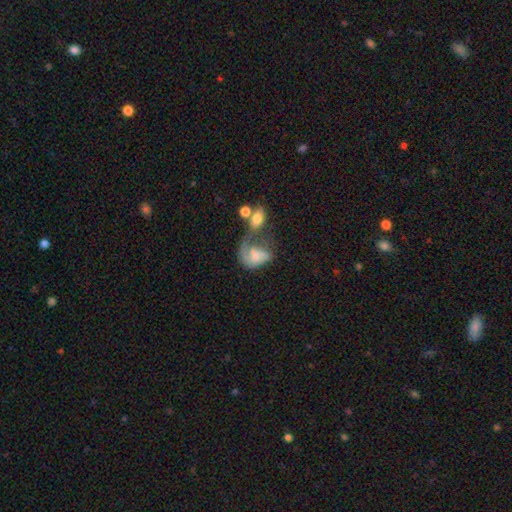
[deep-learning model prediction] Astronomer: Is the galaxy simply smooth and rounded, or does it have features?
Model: featured or disk — 53% (runner-up: smooth, 39%).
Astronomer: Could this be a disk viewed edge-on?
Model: no — 97%.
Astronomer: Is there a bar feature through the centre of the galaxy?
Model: no — 70%.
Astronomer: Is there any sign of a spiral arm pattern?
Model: yes — 70%.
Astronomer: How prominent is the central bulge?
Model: none — 36% (runner-up: small, 26%).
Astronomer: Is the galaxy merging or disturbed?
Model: major disturbance — 36% (runner-up: merger, 35%).